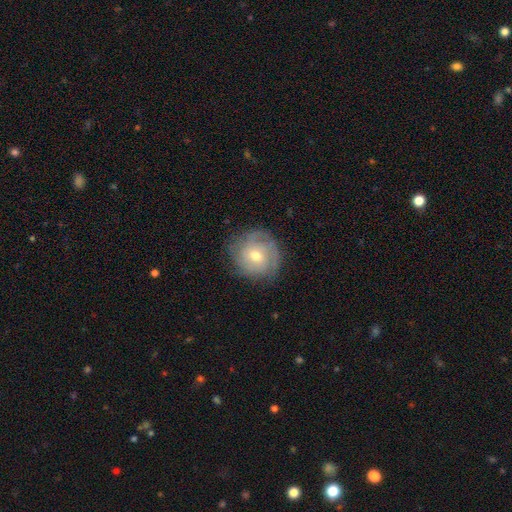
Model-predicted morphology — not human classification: smooth_or_featured: featured or disk (p=0.61) [alt: smooth p=0.30]
disk_edge_on: no (p=0.97) [alt: yes p=0.03]
bar: no (p=0.70) [alt: weak p=0.25]
has_spiral_arms: yes (p=0.81) [alt: no p=0.19]
bulge_size: moderate (p=0.53) [alt: small p=0.43]
merging: none (p=0.78) [alt: minor disturbance p=0.16]